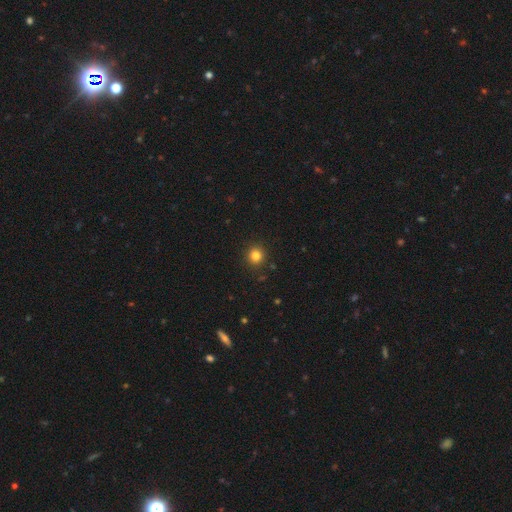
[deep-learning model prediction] This is clearly a smooth galaxy (82%). How rounded: clearly round (92%). Merging: clearly none (91%).